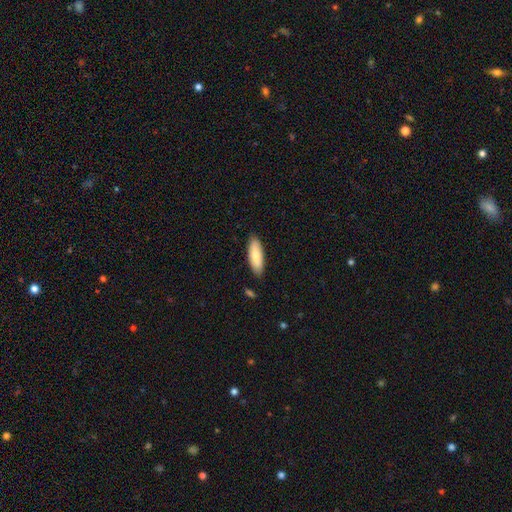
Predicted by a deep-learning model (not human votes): Q: Smooth or featured?
A: smooth (80%); runner-up: featured or disk (14%)
Q: How rounded?
A: in between (62%); runner-up: cigar-shaped (36%)
Q: Merging?
A: none (87%); runner-up: minor disturbance (10%)